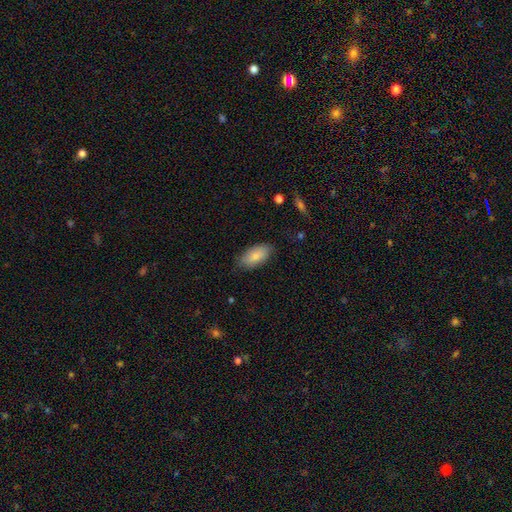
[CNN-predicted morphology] Smooth or featured? Predicted: smooth (p=0.82). How rounded? Predicted: in between (p=0.93). Merging? Predicted: none (p=0.78).